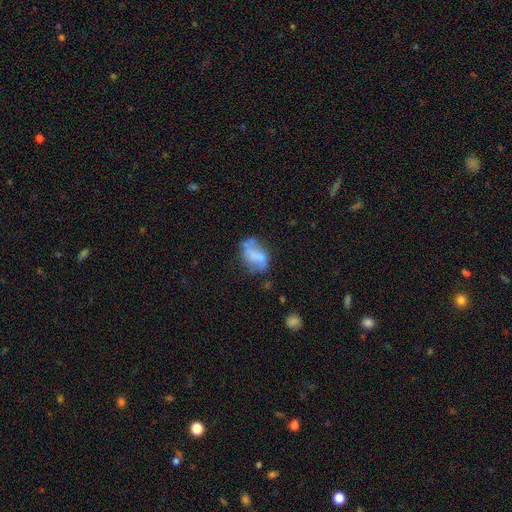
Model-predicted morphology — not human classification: Overall: smooth (48%; featured or disk 42%). Merging: none (39%; minor disturbance 27%).